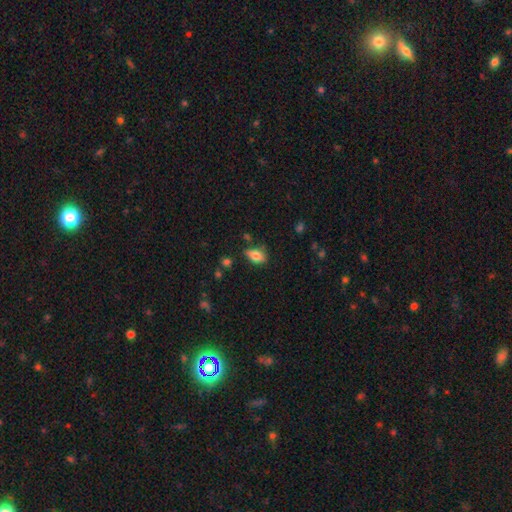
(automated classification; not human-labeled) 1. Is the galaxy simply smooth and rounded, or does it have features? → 73% smooth, 18% featured or disk, 9% star or artifact.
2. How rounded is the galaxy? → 83% in between, 11% round, 6% cigar-shaped.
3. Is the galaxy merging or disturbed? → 65% none, 24% minor disturbance, 7% major disturbance, 4% merger.